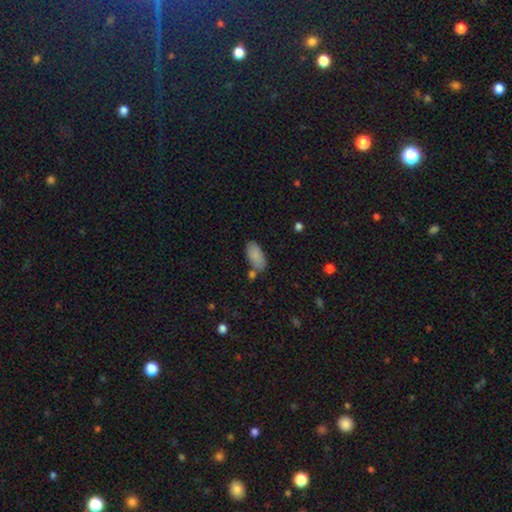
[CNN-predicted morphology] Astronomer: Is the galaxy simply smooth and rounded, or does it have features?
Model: smooth — 86%.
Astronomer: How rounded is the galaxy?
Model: in between — 92%.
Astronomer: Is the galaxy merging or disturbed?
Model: none — 68%.